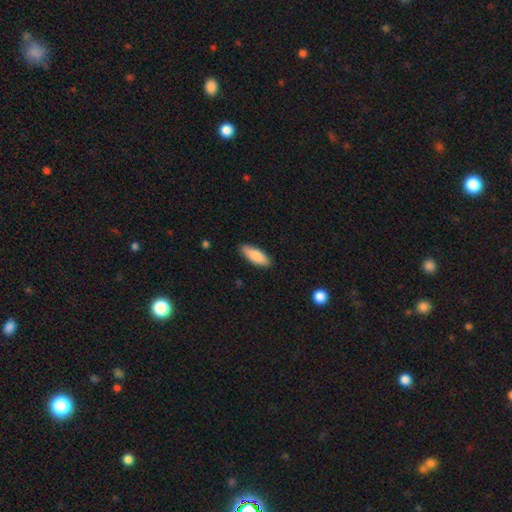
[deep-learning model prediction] The model was most divided on "how rounded": in between: 71%, cigar-shaped: 28%, round: 2%. More confident: merging — none (88%); smooth or featured — smooth (85%).